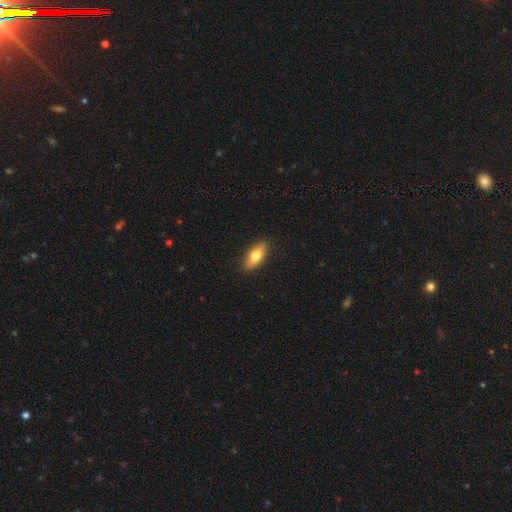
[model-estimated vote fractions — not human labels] A smooth galaxy with no disk features (72%) that is in between round and cigar-shaped (75%). Merging: none (88%).